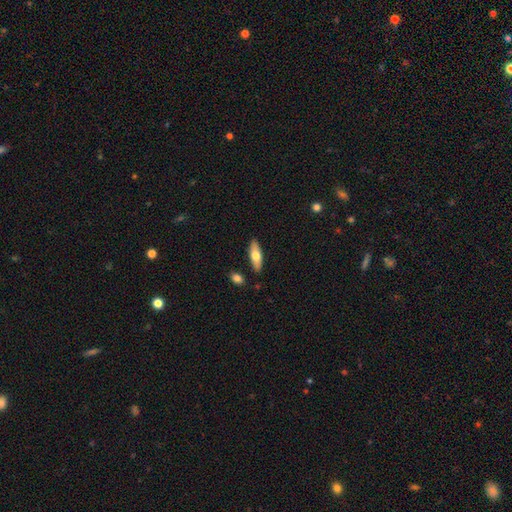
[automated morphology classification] Smooth or featured? Predicted: smooth (p=0.63). How rounded? Predicted: in between (p=0.57). Merging? Predicted: none (p=0.86).